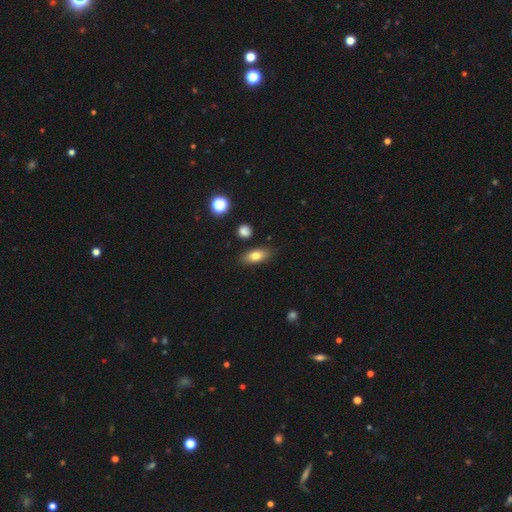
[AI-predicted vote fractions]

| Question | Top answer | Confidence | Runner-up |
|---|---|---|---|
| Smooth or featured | smooth | 77% | featured or disk (14%) |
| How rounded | in between | 81% | cigar-shaped (13%) |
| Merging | none | 84% | minor disturbance (11%) |